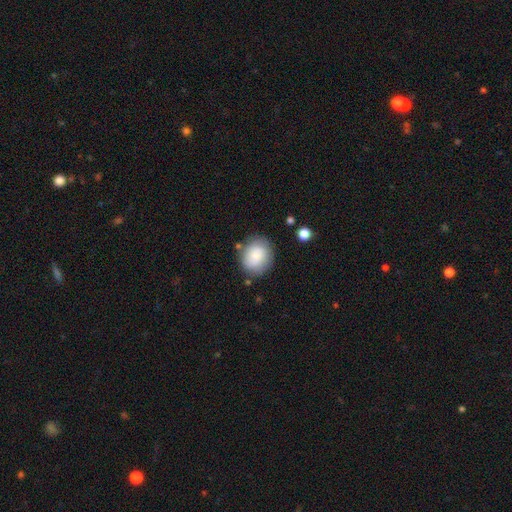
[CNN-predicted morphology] Smooth or featured: smooth — 80% (featured or disk — 13%)
How rounded: round — 69% (in between — 30%)
Merging: none — 77% (minor disturbance — 15%)